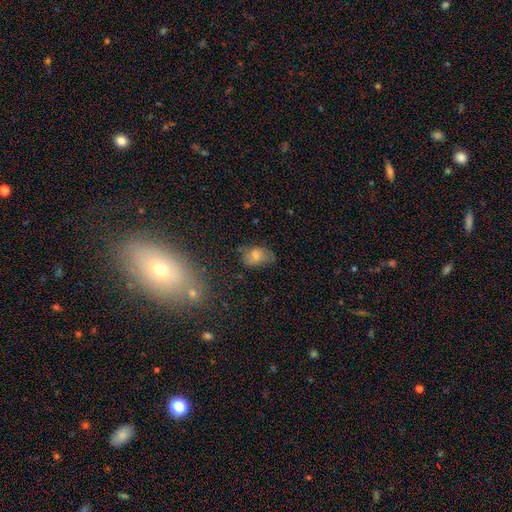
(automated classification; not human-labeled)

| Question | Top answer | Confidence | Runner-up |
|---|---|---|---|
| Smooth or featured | smooth | 71% | featured or disk (17%) |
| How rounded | in between | 82% | round (17%) |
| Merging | none | 50% | minor disturbance (32%) |